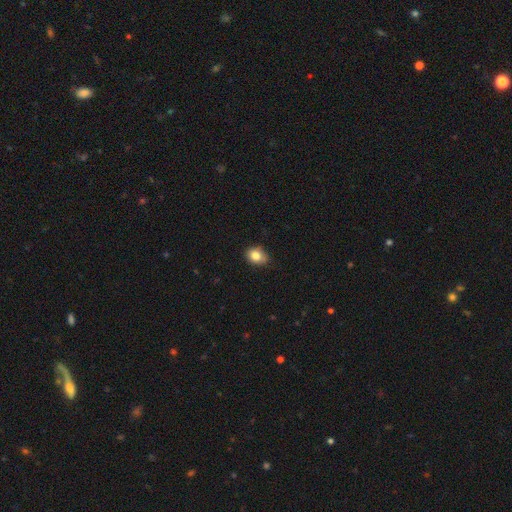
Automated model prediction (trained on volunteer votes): smooth-or-featured: smooth: 82% | star or artifact: 9% | featured or disk: 8%
  how-rounded: in between: 59% | round: 40% | cigar-shaped: 1%
  merging: none: 77% | minor disturbance: 19% | major disturbance: 3% | merger: 1%